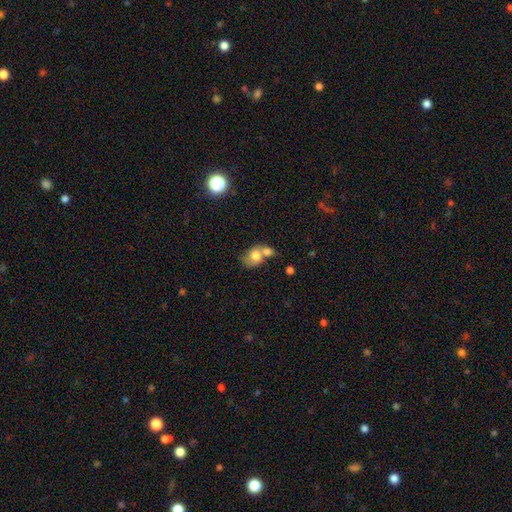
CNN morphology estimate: Smooth or featured? Predicted: smooth (p=0.71). How rounded? Predicted: in between (p=0.53). Merging? Predicted: merger (p=0.61).